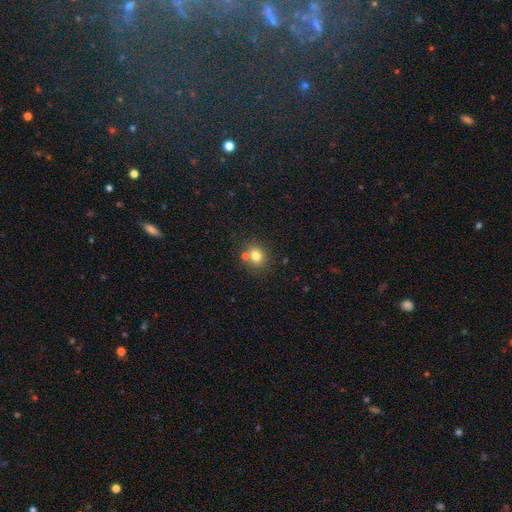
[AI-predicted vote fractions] This is likely a smooth galaxy (77%). How rounded: likely round (78%). Merging: likely none (68%).